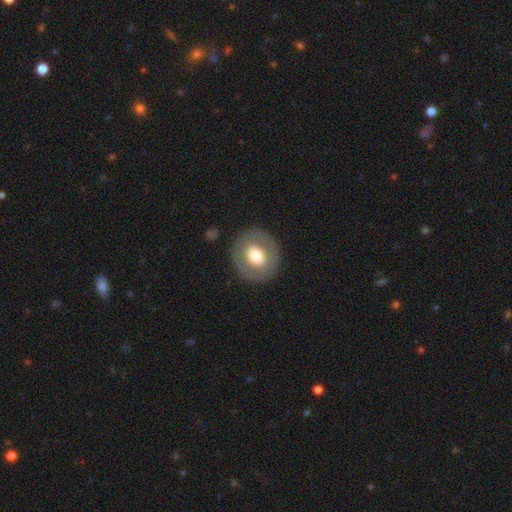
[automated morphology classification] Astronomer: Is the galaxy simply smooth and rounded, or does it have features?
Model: smooth — 56% (runner-up: featured or disk, 37%).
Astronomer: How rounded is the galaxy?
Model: round — 80%.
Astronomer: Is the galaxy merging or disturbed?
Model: none — 86%.